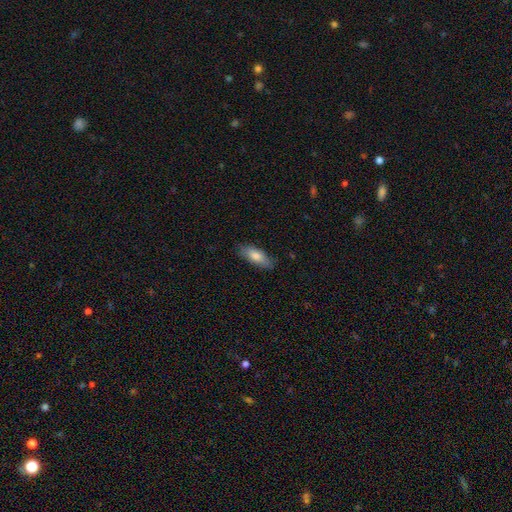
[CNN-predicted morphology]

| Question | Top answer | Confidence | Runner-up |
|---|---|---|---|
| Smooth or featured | smooth | 78% | featured or disk (16%) |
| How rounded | in between | 71% | cigar-shaped (27%) |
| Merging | none | 82% | minor disturbance (14%) |